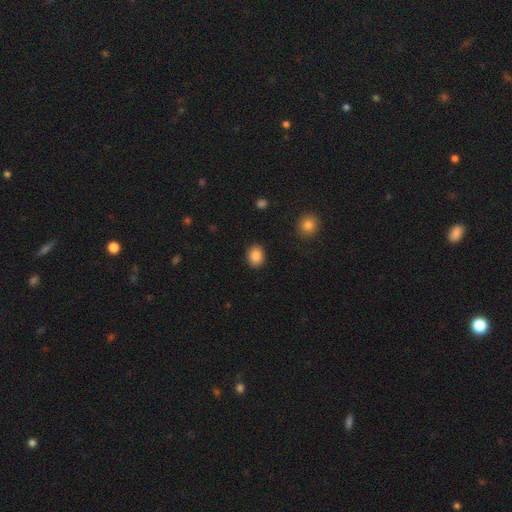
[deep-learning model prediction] Overall: smooth (86%). How rounded: round (50%; in between 49%). Merging: none (90%).